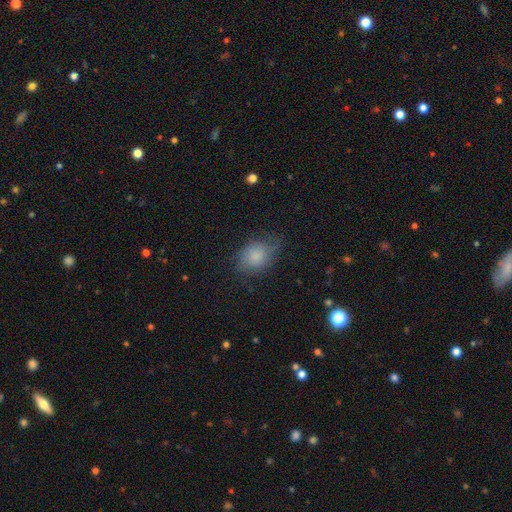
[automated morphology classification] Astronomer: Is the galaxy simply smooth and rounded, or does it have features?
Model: smooth — 76%.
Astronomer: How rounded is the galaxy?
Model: in between — 67%.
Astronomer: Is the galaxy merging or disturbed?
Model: none — 58%.